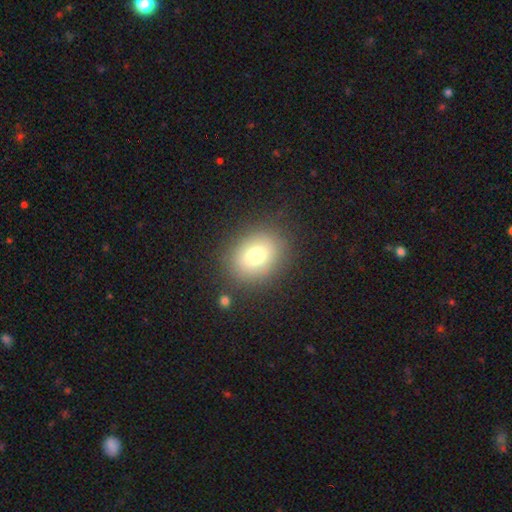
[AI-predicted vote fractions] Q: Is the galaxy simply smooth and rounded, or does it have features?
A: smooth — 76%.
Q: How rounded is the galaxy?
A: in between — 56%.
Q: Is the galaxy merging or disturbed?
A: none — 84%.